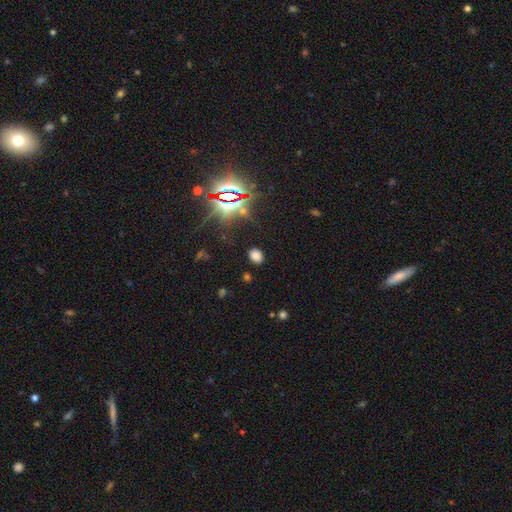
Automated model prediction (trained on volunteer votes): A smooth galaxy with no disk features (67%) that is in between round and cigar-shaped (71%).

Vote fractions:
- Smooth or featured? smooth: 67% / star or artifact: 27% / featured or disk: 6%
- How rounded? in between: 71% / round: 28% / cigar-shaped: 2%
- Merging? none: 86% / minor disturbance: 9% / major disturbance: 3% / merger: 2%